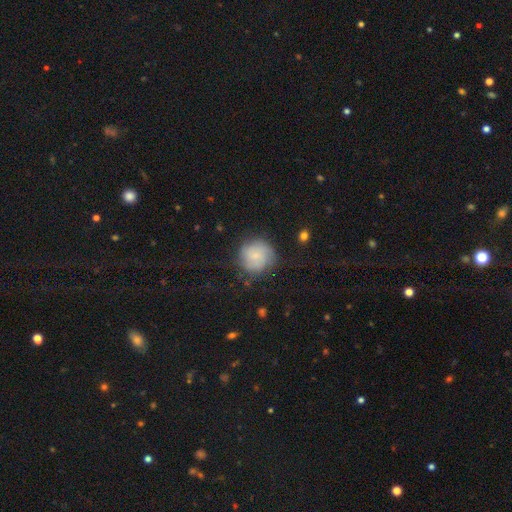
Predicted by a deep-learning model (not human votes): A smooth galaxy with no disk features (72%) that is round (92%).

Vote fractions:
- Smooth or featured? smooth: 72% / featured or disk: 20% / star or artifact: 8%
- How rounded? round: 92% / in between: 7% / cigar-shaped: 1%
- Merging? none: 71% / minor disturbance: 19% / major disturbance: 7% / merger: 2%